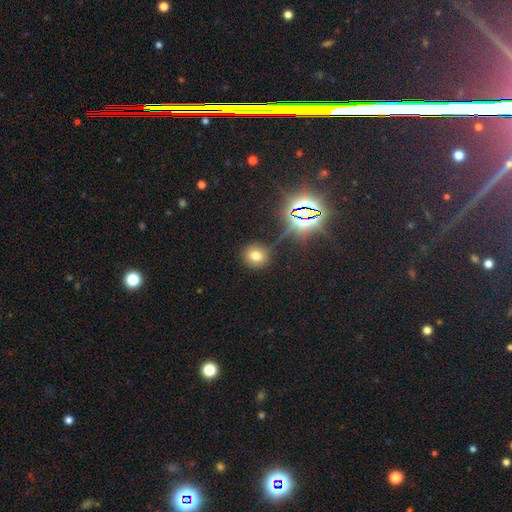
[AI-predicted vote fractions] This appears to be a smooth galaxy with no disk features (68%) that is round (80%). Merging: none (83%).